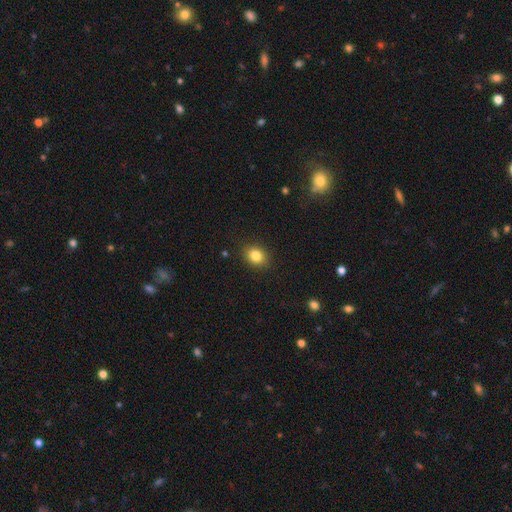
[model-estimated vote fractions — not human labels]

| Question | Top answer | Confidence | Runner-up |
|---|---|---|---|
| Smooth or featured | smooth | 83% | star or artifact (10%) |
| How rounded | round | 51% | in between (48%) |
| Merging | none | 88% | minor disturbance (9%) |